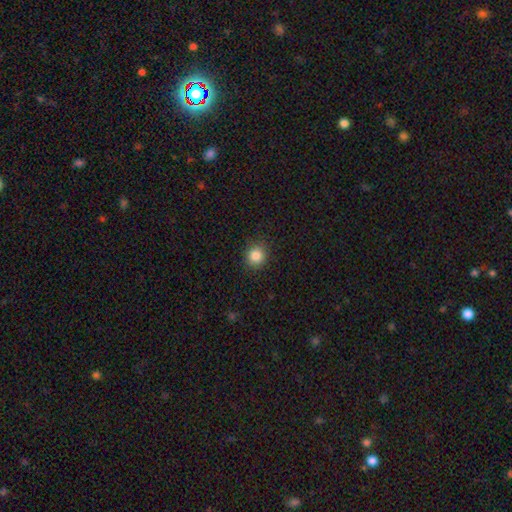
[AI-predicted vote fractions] A smooth galaxy with no disk features (85%) that is round (86%).

Vote fractions:
- Smooth or featured? smooth: 85% / star or artifact: 11% / featured or disk: 4%
- How rounded? round: 86% / in between: 13% / cigar-shaped: 1%
- Merging? none: 89% / minor disturbance: 8% / major disturbance: 2% / merger: 1%